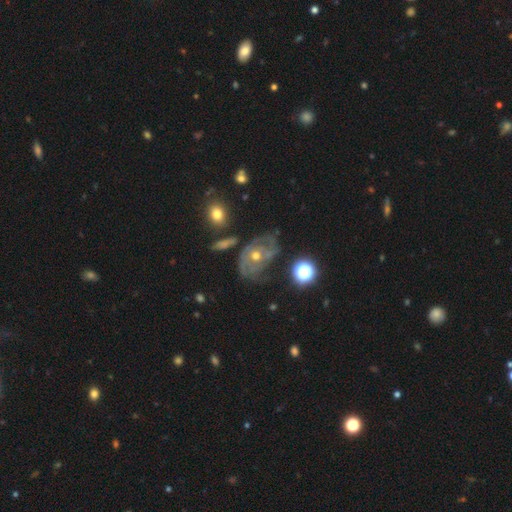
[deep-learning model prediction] Smooth or featured: featured or disk — 73% (smooth — 15%)
Edge-on disk: no — 95% (yes — 5%)
Bar: no — 79% (weak — 17%)
Spiral arms: yes — 79% (no — 21%)
Spiral winding: tight — 51% (medium — 34%)
Spiral arm count: can't tell — 44% (2 — 26%)
Bulge size: moderate — 53% (small — 43%)
Merging: none — 49% (minor disturbance — 25%)